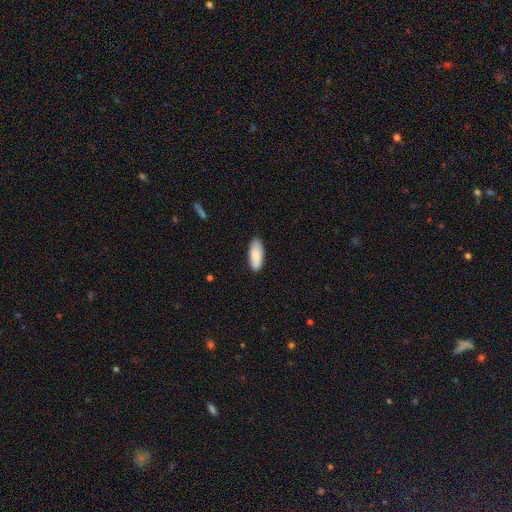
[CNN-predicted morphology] This is clearly a smooth galaxy (84%). How rounded: clearly in between (81%). Merging: clearly none (86%).